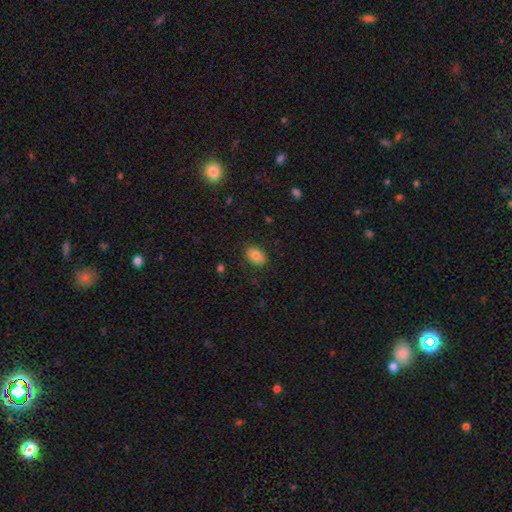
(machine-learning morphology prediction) This appears to be a smooth galaxy with no disk features (81%) that is in between round and cigar-shaped (81%). Merging: none (86%).